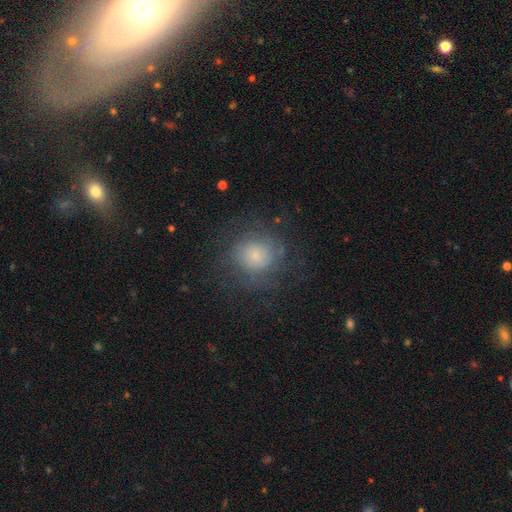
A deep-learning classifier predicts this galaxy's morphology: This appears to be a smooth galaxy with no disk features (47%). Merging: none (70%).